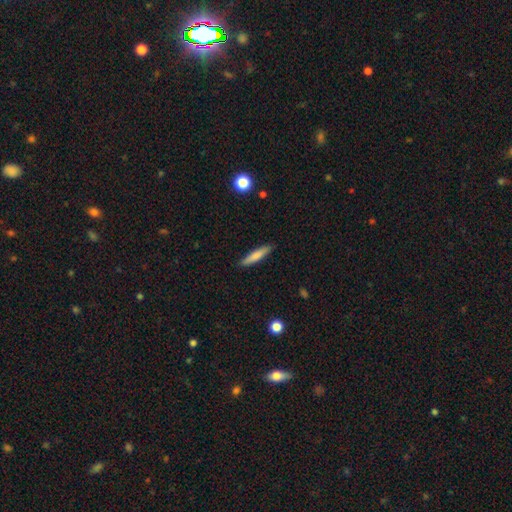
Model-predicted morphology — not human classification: smooth_or_featured: smooth (p=0.77) [alt: featured or disk p=0.17]
how_rounded: cigar-shaped (p=0.87) [alt: in between p=0.11]
merging: none (p=0.89) [alt: minor disturbance p=0.08]